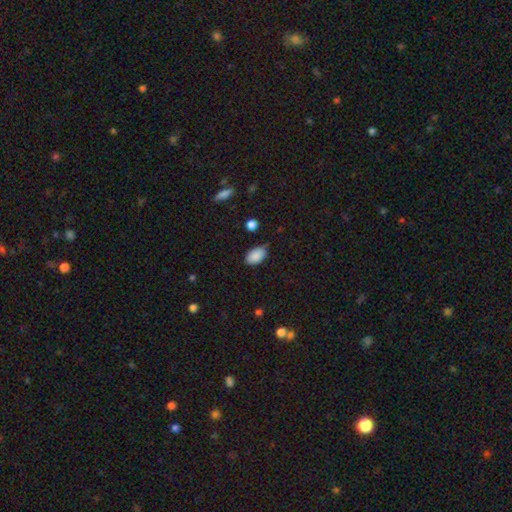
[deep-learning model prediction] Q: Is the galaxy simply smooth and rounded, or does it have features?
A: smooth — 88%.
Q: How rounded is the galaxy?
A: in between — 92%.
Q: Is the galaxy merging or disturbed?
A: none — 69%.